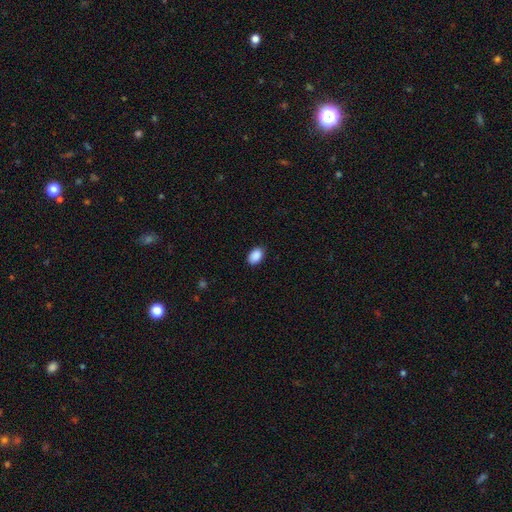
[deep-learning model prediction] This is clearly a smooth galaxy (90%). How rounded: clearly in between (87%). Merging: clearly none (88%).